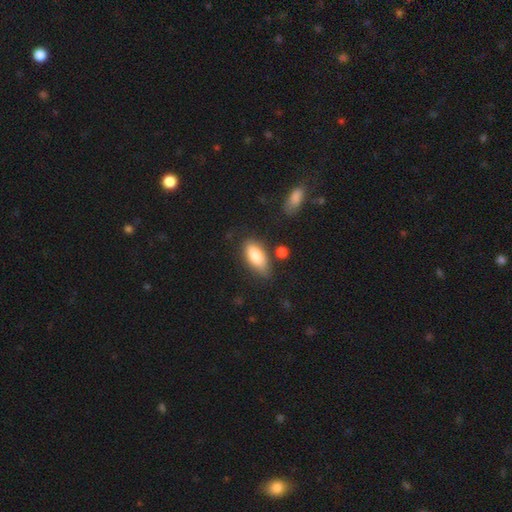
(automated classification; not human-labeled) Smooth or featured? Predicted: smooth (p=0.82). How rounded? Predicted: in between (p=0.86). Merging? Predicted: none (p=0.67).